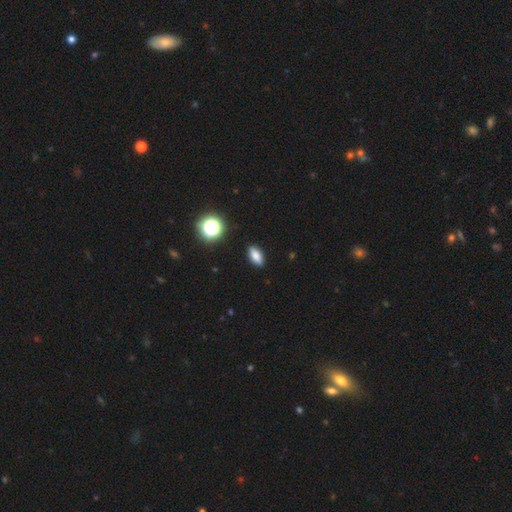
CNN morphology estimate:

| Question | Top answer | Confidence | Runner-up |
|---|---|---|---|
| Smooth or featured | smooth | 78% | star or artifact (12%) |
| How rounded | in between | 81% | cigar-shaped (14%) |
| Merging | none | 89% | minor disturbance (8%) |